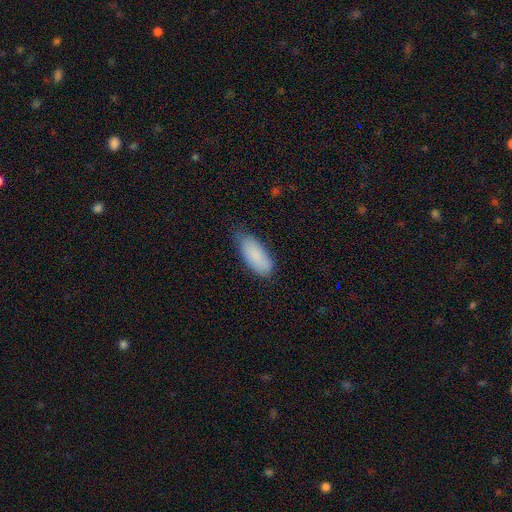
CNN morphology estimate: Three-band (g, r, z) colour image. It shows a smooth galaxy with no disk features (87%) that is in between round and cigar-shaped (85%). Merging: none (61%).